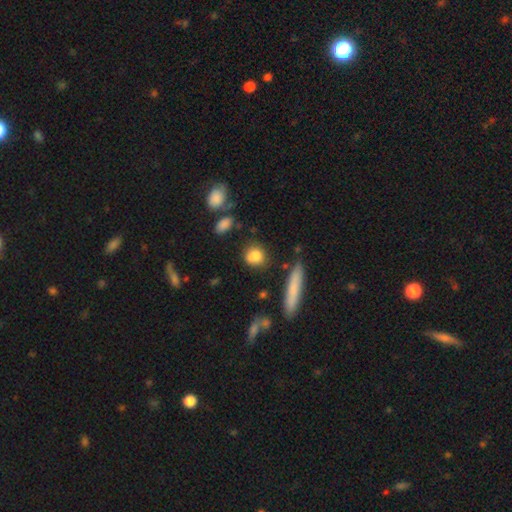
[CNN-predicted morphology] type=smooth (80%); roundness=round (67%); merging=none (71%).